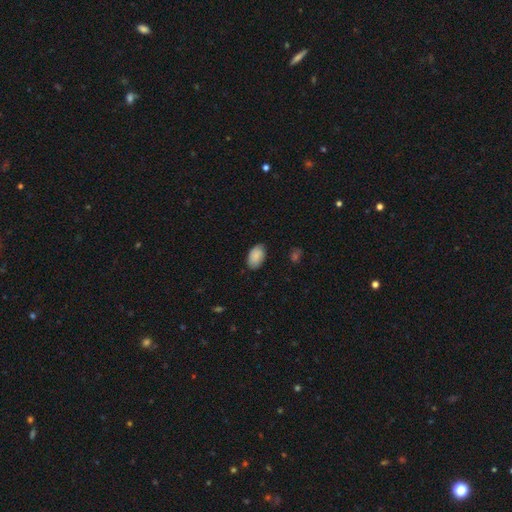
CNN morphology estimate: Overall: smooth (86%). How rounded: in between (93%). Merging: none (81%).